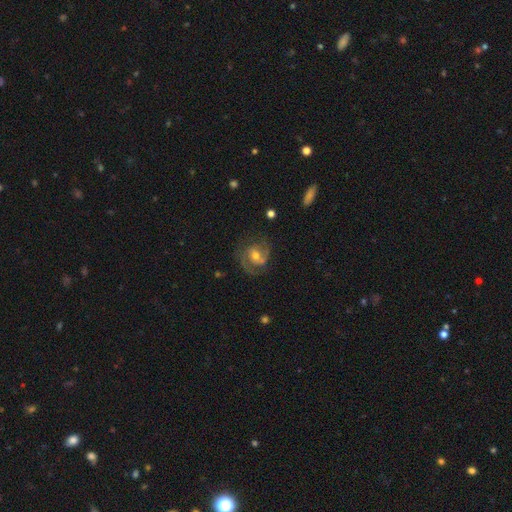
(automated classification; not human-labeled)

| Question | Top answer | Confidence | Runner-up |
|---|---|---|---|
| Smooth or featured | featured or disk | 76% | smooth (16%) |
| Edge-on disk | no | 97% | yes (3%) |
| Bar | no | 48% | weak (41%) |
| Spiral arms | yes | 92% | no (8%) |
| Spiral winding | medium | 50% | tight (31%) |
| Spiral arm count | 2 | 68% | can't tell (12%) |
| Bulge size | moderate | 63% | small (30%) |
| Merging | none | 65% | minor disturbance (19%) |